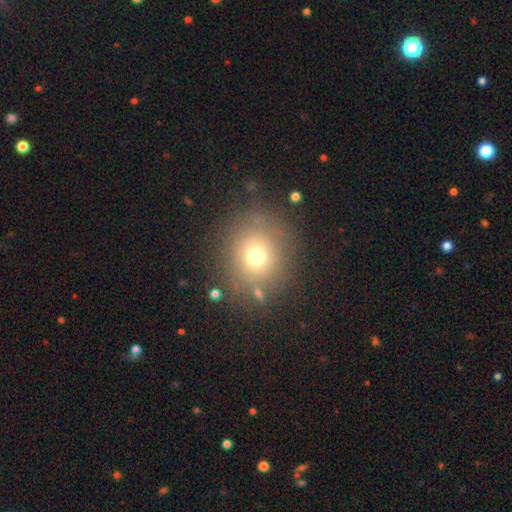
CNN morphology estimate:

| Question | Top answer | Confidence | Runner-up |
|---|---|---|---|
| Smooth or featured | smooth | 69% | star or artifact (17%) |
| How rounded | round | 85% | in between (14%) |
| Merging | none | 80% | minor disturbance (11%) |